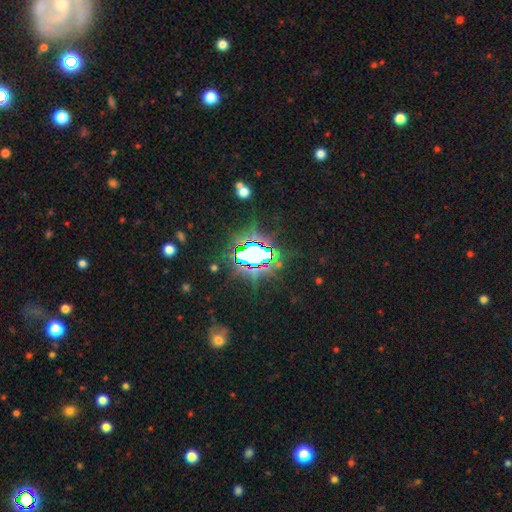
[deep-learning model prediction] Q: Smooth or featured?
A: star or artifact (75%); runner-up: smooth (14%)